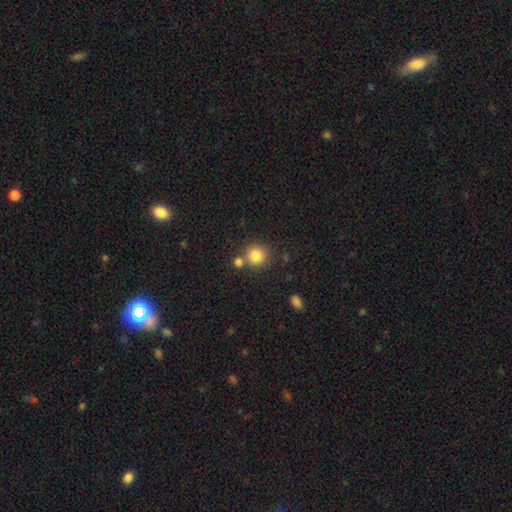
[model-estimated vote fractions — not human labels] A smooth galaxy with no disk features (83%) that is round (91%).

Vote fractions:
- Smooth or featured? smooth: 83% / star or artifact: 11% / featured or disk: 7%
- How rounded? round: 91% / in between: 8% / cigar-shaped: 1%
- Merging? none: 70% / merger: 18% / minor disturbance: 9% / major disturbance: 3%